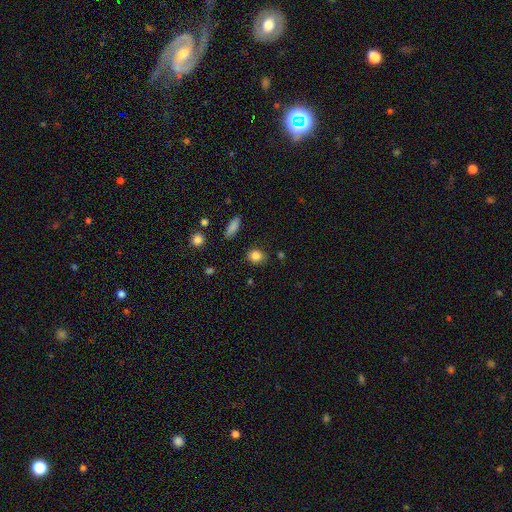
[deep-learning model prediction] Smooth or featured?
  - smooth: 84% *
  - star or artifact: 10%
  - featured or disk: 5%
How rounded?
  - round: 59% *
  - in between: 39%
  - cigar-shaped: 2%
Merging?
  - none: 84% *
  - minor disturbance: 11%
  - major disturbance: 3%
  - merger: 2%